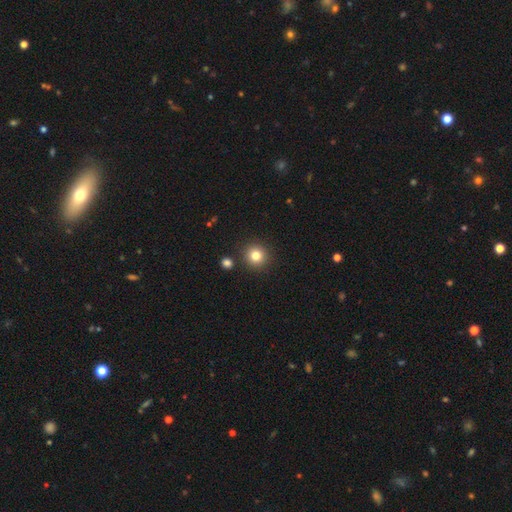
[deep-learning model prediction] smooth-or-featured: smooth: 81% | star or artifact: 12% | featured or disk: 6%
  how-rounded: round: 93% | in between: 6% | cigar-shaped: 1%
  merging: none: 89% | minor disturbance: 6% | merger: 4% | major disturbance: 2%